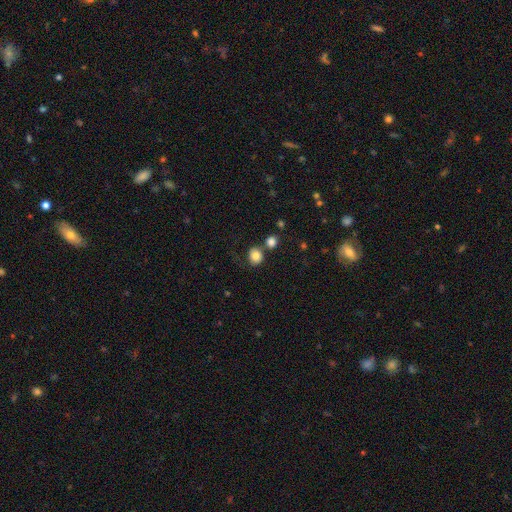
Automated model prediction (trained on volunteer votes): smooth 83%, star or artifact 10%, featured or disk 7%. Down the decision tree: how rounded — round (74%); merging — none (64%).